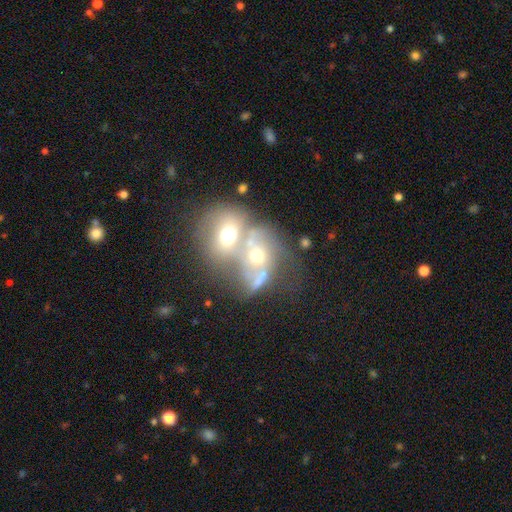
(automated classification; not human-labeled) A featured or disk galaxy (49%).

Vote fractions:
- Smooth or featured? featured or disk: 49% / smooth: 37% / star or artifact: 14%
- Merging? merger: 72% / none: 13% / major disturbance: 9% / minor disturbance: 6%